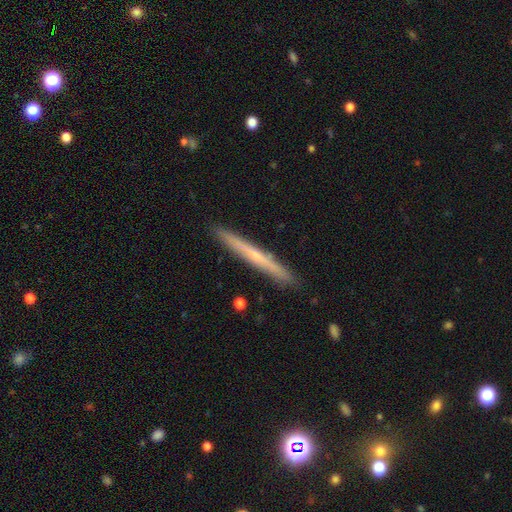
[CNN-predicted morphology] Smooth or featured? featured or disk (52%)
Edge-on disk? yes (97%)
Edge-on bulge? none (65%)
Merging? none (92%)